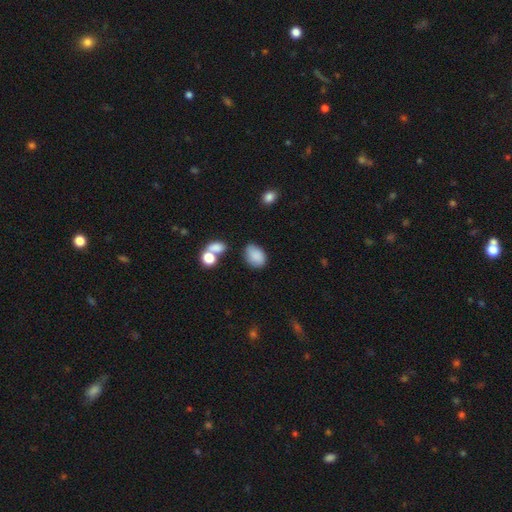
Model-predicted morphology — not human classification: This appears to be a smooth galaxy with no disk features (84%) that is in between round and cigar-shaped (80%). Merging: none (64%).